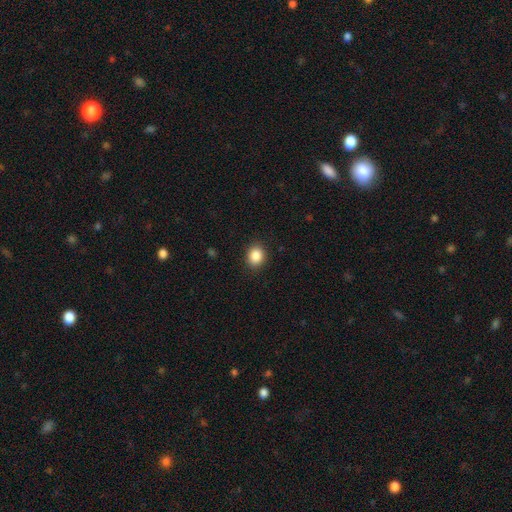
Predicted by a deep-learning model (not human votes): Smooth or featured? Predicted: smooth (p=0.87). How rounded? Predicted: round (p=0.62). Merging? Predicted: none (p=0.89).